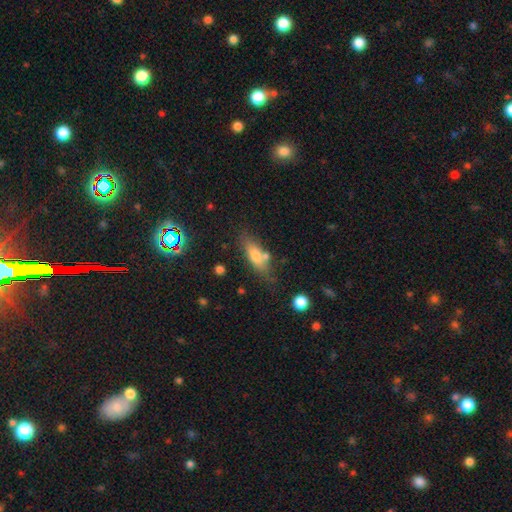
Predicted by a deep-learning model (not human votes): smooth_or_featured: smooth (p=0.70) [alt: featured or disk p=0.21]
how_rounded: in between (p=0.62) [alt: cigar-shaped p=0.34]
merging: none (p=0.62) [alt: minor disturbance p=0.19]